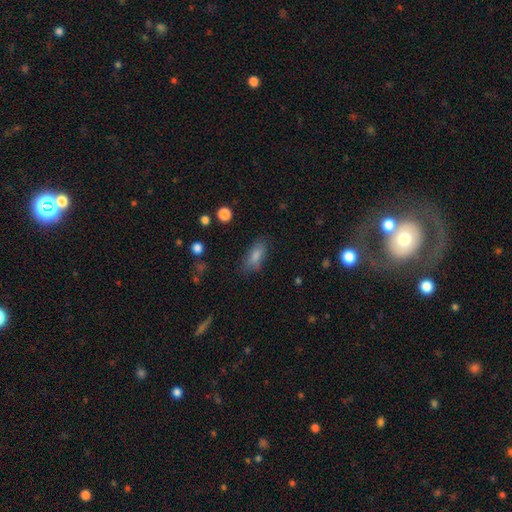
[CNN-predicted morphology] type=smooth (83%); roundness=in between (81%); merging=none (75%).